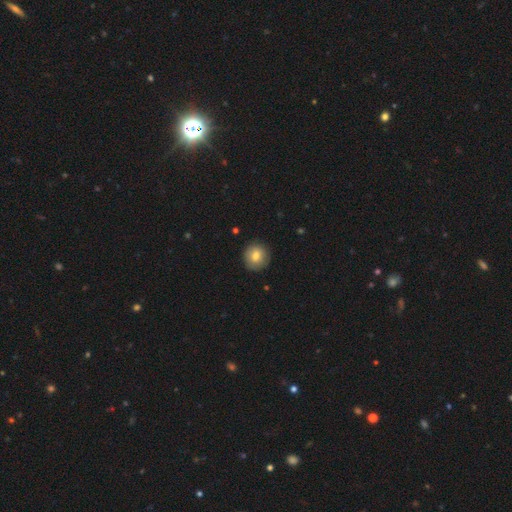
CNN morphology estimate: Smooth or featured? Predicted: smooth (p=0.79). How rounded? Predicted: round (p=0.91). Merging? Predicted: none (p=0.89).